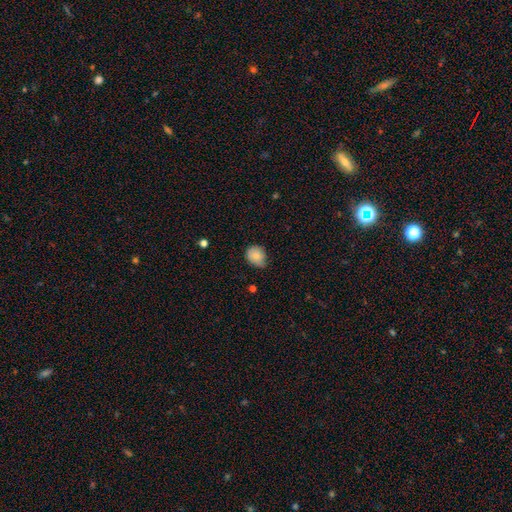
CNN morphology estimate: smooth-or-featured: smooth: 82% | featured or disk: 10% | star or artifact: 8%
  how-rounded: round: 59% | in between: 40% | cigar-shaped: 1%
  merging: none: 54% | minor disturbance: 39% | major disturbance: 6% | merger: 1%